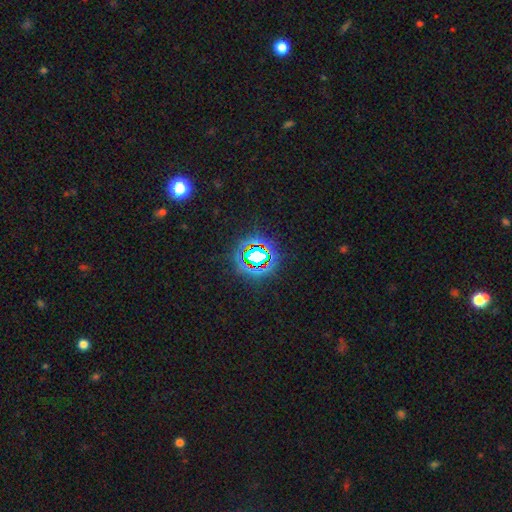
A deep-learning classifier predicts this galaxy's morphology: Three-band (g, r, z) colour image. It shows a star or artifact, not a galaxy (70%).